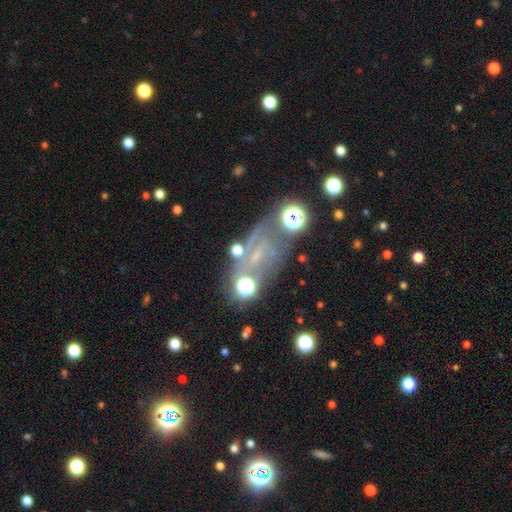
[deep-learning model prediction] A featured or disk galaxy (42%). Merging: none (57%).